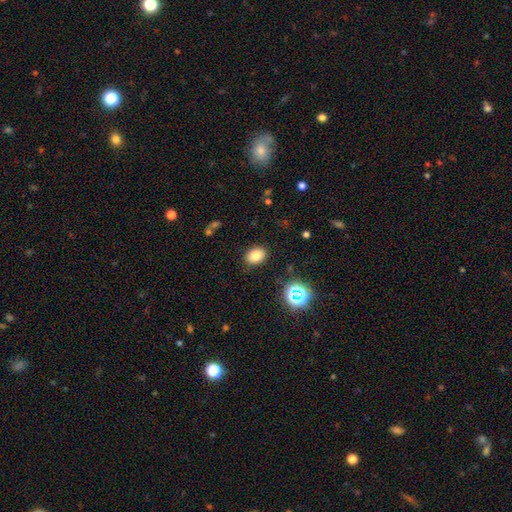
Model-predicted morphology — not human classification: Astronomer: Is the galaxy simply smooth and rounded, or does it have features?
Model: smooth — 79%.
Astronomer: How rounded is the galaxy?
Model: in between — 70%.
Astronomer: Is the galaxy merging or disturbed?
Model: none — 87%.